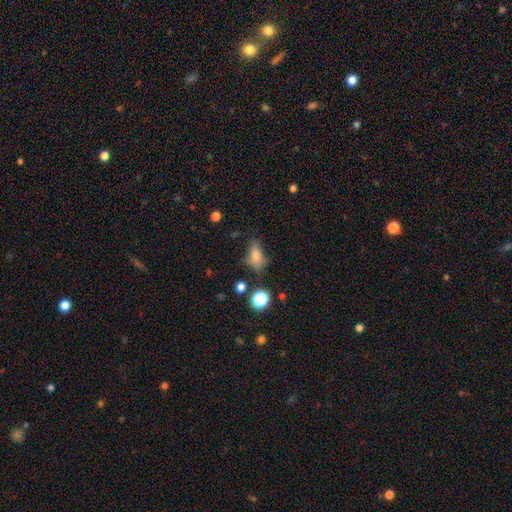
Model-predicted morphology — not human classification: type=smooth (72%); roundness=in between (81%); merging=none (58%).